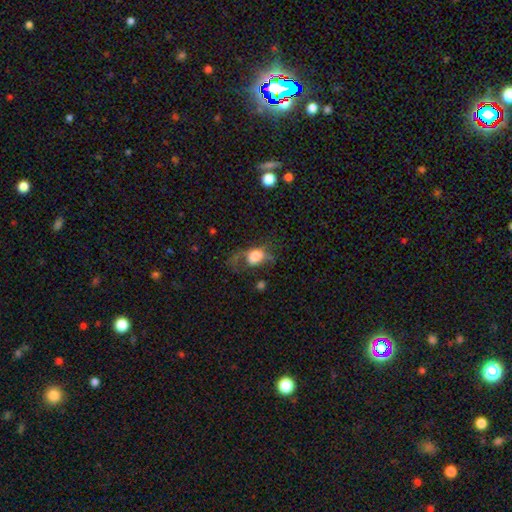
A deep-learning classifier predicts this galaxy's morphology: This is likely a smooth galaxy (66%). How rounded: possibly in between (57%). Merging: possibly major disturbance (48%).